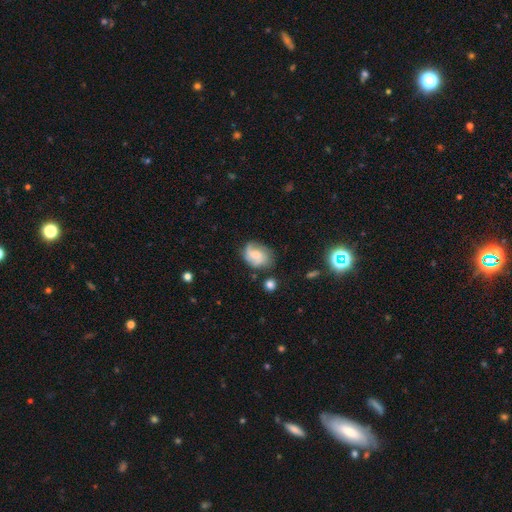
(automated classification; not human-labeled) This is possibly a featured or disk galaxy (53%). It is clearly not viewed edge-on (97%). Bar: likely no (64%). Spiral arm pattern: clearly yes (86%). Central bulge: marginally small (44%). Merging: possibly none (60%).